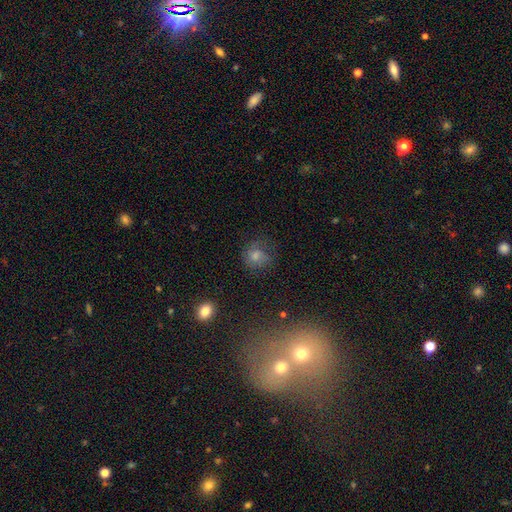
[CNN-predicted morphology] smooth 49%, featured or disk 28%, star or artifact 22%. Down the decision tree: merging — none (68%).